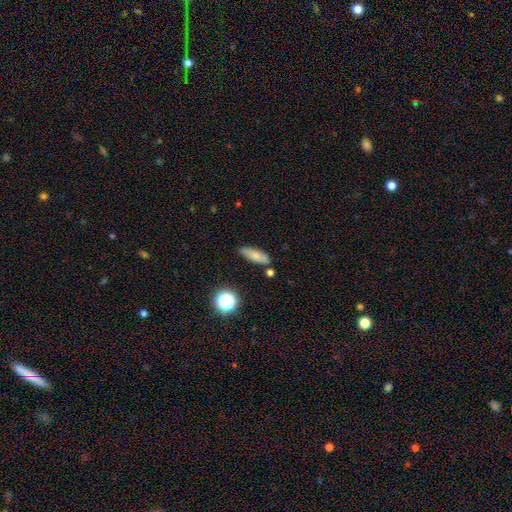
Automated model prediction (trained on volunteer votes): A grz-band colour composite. It shows a smooth galaxy with no disk features (75%) that is in between round and cigar-shaped (51%). Merging: none (75%).